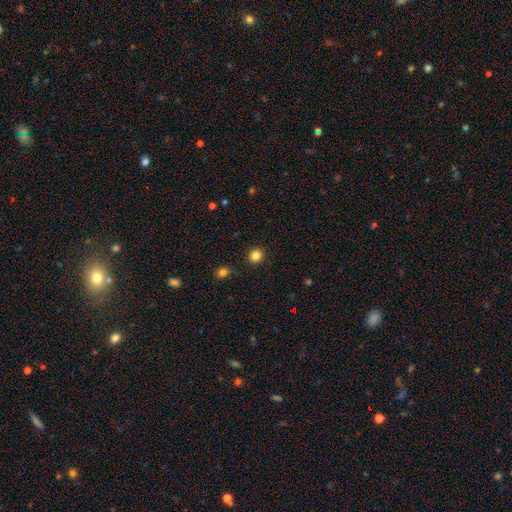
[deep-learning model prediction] Smooth or featured: smooth — 84% (star or artifact — 13%)
How rounded: round — 92% (in between — 7%)
Merging: none — 92% (minor disturbance — 5%)